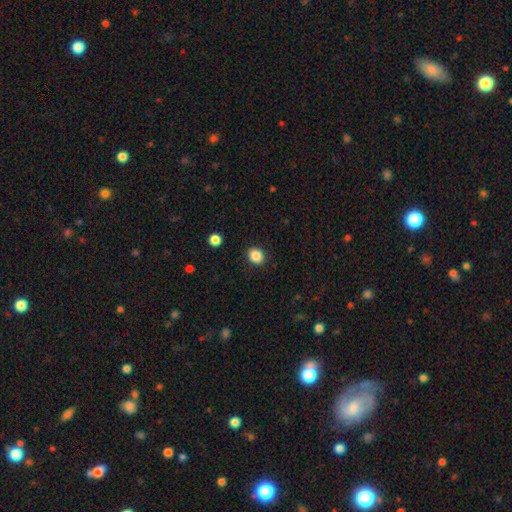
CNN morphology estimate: Smooth or featured? Predicted: smooth (p=0.86). How rounded? Predicted: round (p=0.62). Merging? Predicted: none (p=0.89).